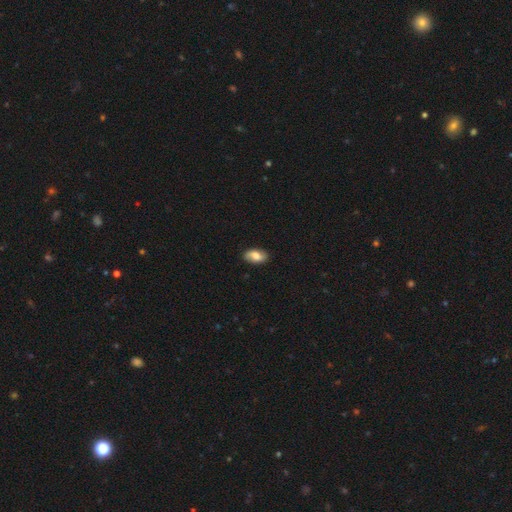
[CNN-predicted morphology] Smooth or featured? Predicted: smooth (p=0.70). How rounded? Predicted: in between (p=0.93). Merging? Predicted: none (p=0.86).